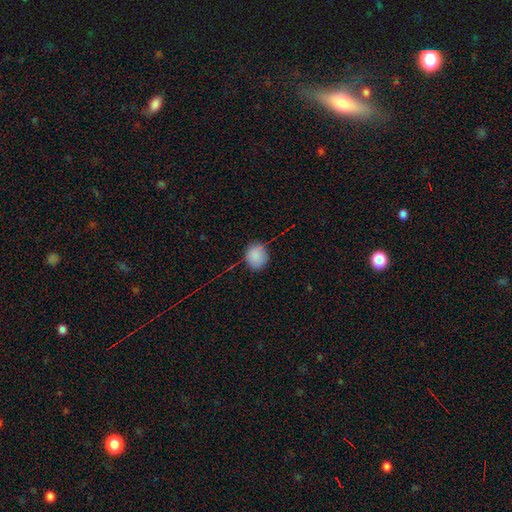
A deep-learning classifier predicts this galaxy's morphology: A smooth galaxy with no disk features (86%) that is round (67%).

Vote fractions:
- Smooth or featured? smooth: 86% / star or artifact: 9% / featured or disk: 5%
- How rounded? round: 67% / in between: 32% / cigar-shaped: 1%
- Merging? none: 73% / minor disturbance: 20% / major disturbance: 4% / merger: 3%